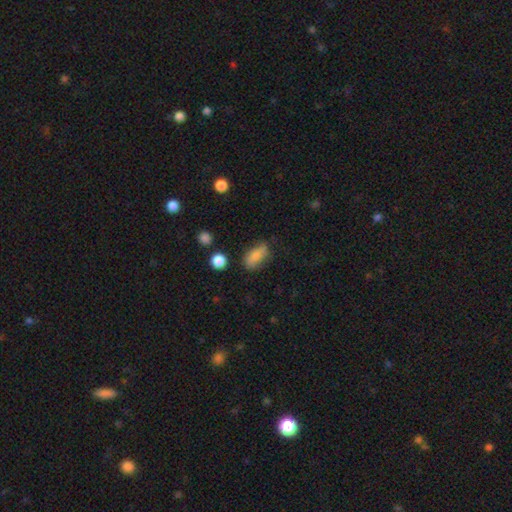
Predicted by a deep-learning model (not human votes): Morphology: type=smooth (79%); roundness=in between (83%); merging=none (66%).